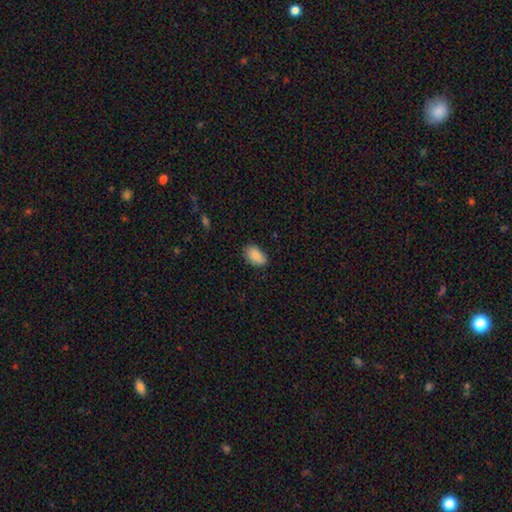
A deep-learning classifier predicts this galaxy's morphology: Smooth or featured?
  - smooth: 88% *
  - star or artifact: 7%
  - featured or disk: 5%
How rounded?
  - in between: 92% *
  - round: 6%
  - cigar-shaped: 2%
Merging?
  - none: 79% *
  - minor disturbance: 17%
  - major disturbance: 3%
  - merger: 1%